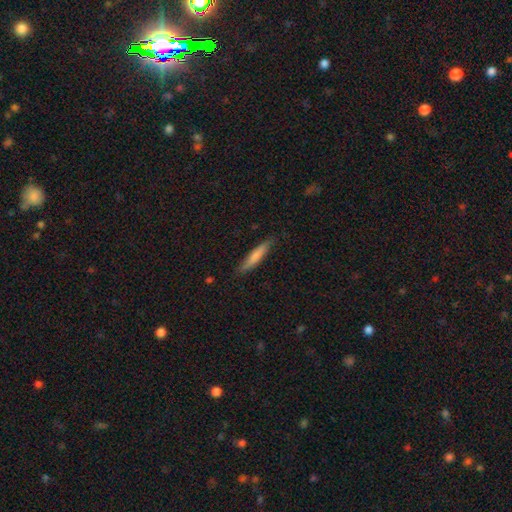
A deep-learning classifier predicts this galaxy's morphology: type=smooth (72%); roundness=cigar-shaped (90%); merging=none (86%).